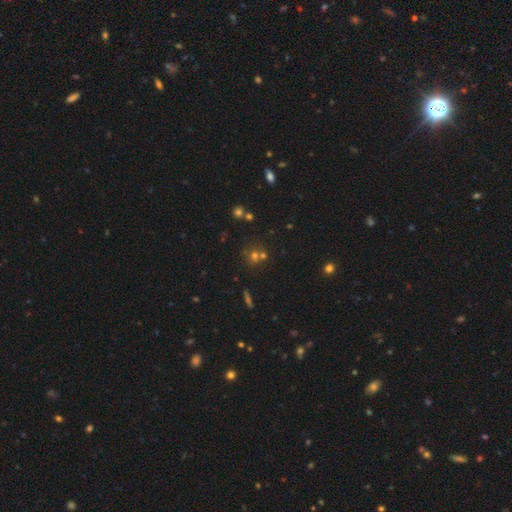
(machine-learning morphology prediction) This is possibly a smooth galaxy (54%). How rounded: clearly round (83%). Merging: possibly none (51%).